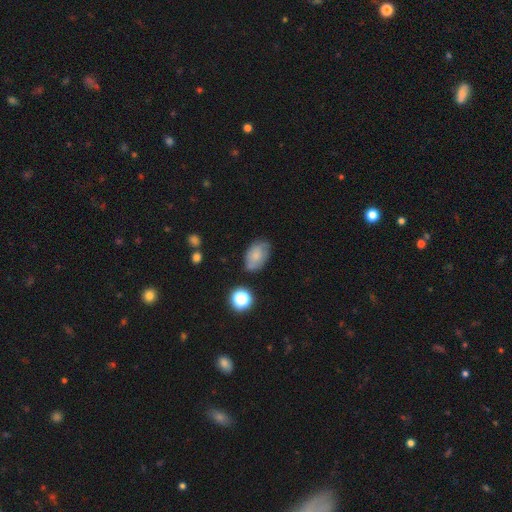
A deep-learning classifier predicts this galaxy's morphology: smooth-or-featured: smooth: 70% | featured or disk: 20% | star or artifact: 10%
  how-rounded: in between: 87% | round: 12% | cigar-shaped: 1%
  merging: none: 70% | minor disturbance: 21% | major disturbance: 5% | merger: 4%